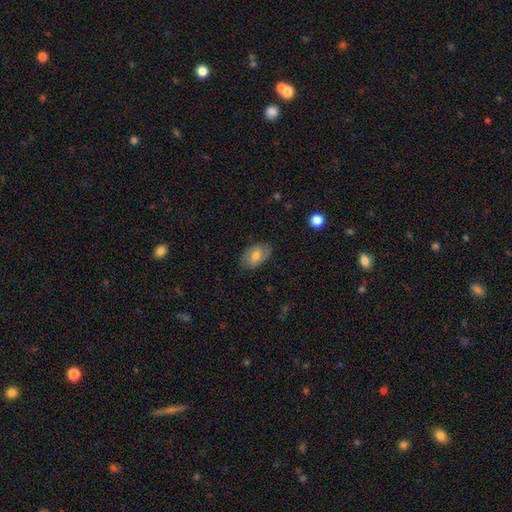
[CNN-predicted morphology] type=smooth (70%); roundness=in between (89%); merging=none (78%).